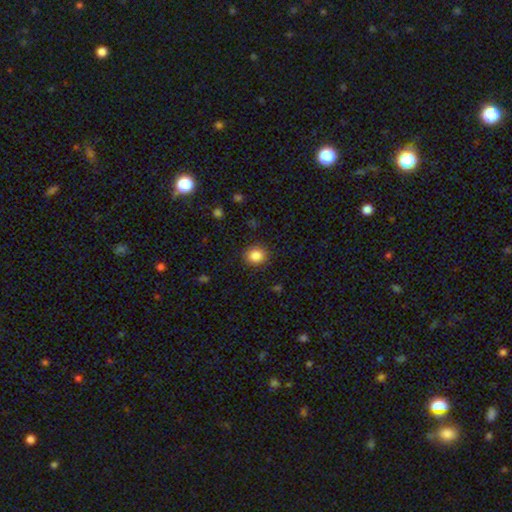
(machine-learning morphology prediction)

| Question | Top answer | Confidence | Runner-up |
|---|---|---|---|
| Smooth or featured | smooth | 86% | star or artifact (10%) |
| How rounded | round | 79% | in between (20%) |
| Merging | none | 88% | minor disturbance (8%) |